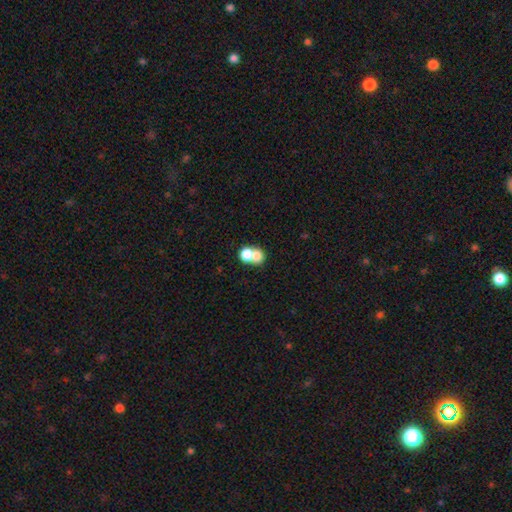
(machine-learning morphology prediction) A smooth galaxy with no disk features (73%) that is round (64%). Merging: merger (67%).